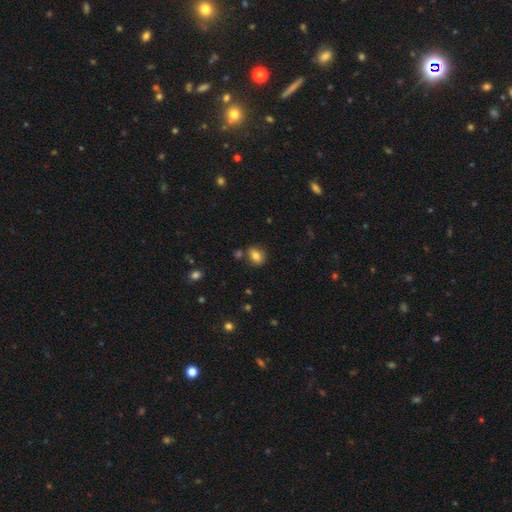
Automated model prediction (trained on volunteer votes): smooth-or-featured: smooth: 82% | star or artifact: 10% | featured or disk: 8%
  how-rounded: in between: 59% | round: 39% | cigar-shaped: 1%
  merging: none: 77% | minor disturbance: 12% | merger: 8% | major disturbance: 3%